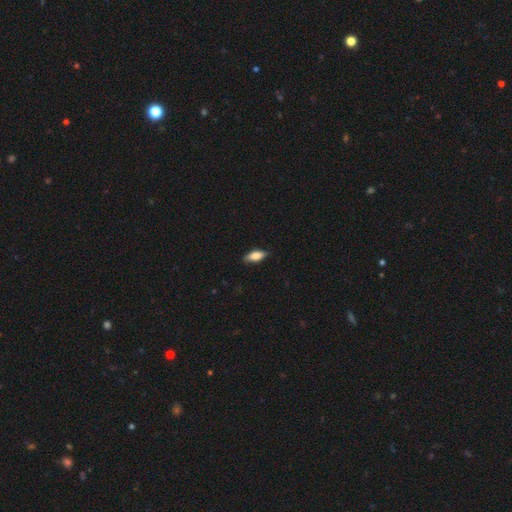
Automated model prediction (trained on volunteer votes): smooth_or_featured: smooth (p=0.77) [alt: featured or disk p=0.17]
how_rounded: in between (p=0.79) [alt: cigar-shaped p=0.18]
merging: none (p=0.81) [alt: minor disturbance p=0.16]